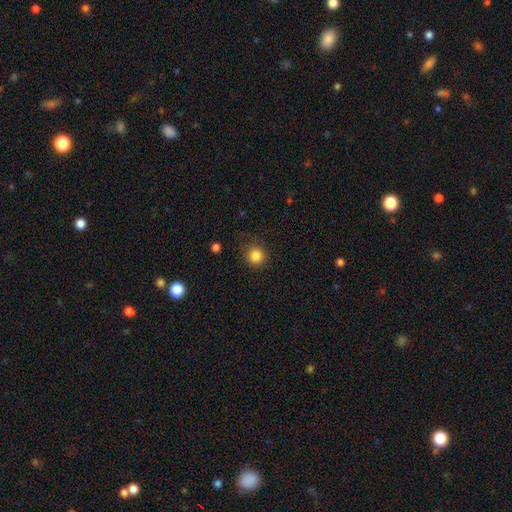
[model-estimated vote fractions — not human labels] Morphology: type=smooth (85%); roundness=round (92%); merging=none (85%).